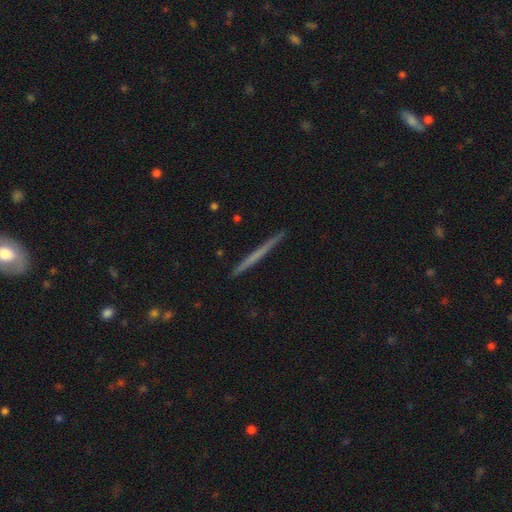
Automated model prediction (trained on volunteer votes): Q: Smooth or featured?
A: smooth (48%); runner-up: featured or disk (47%)
Q: Merging?
A: none (92%); runner-up: minor disturbance (6%)